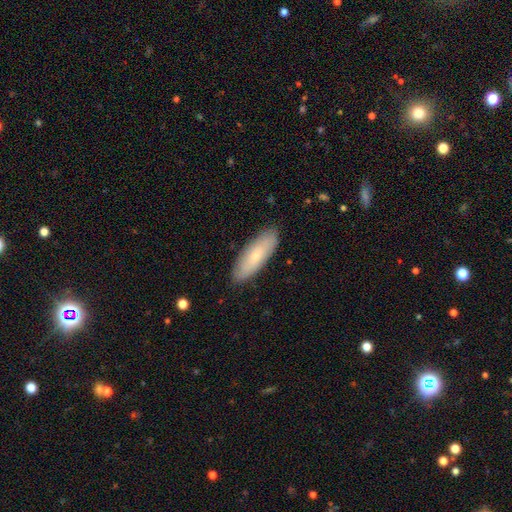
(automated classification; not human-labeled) Smooth or featured? Predicted: smooth (p=0.63). How rounded? Predicted: in between (p=0.58). Merging? Predicted: none (p=0.87).